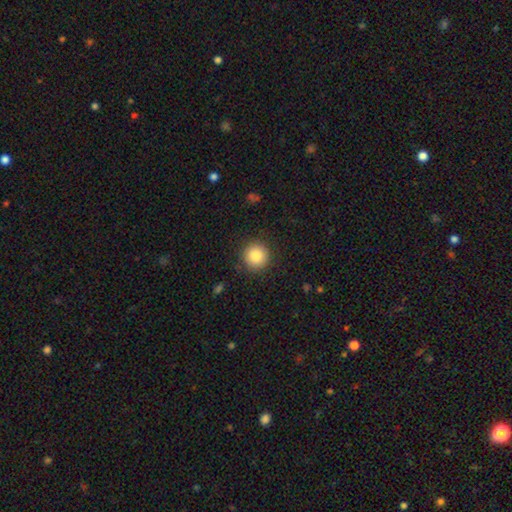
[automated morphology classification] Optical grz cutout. It shows a smooth galaxy with no disk features (85%) that is round (95%). Merging: none (89%).